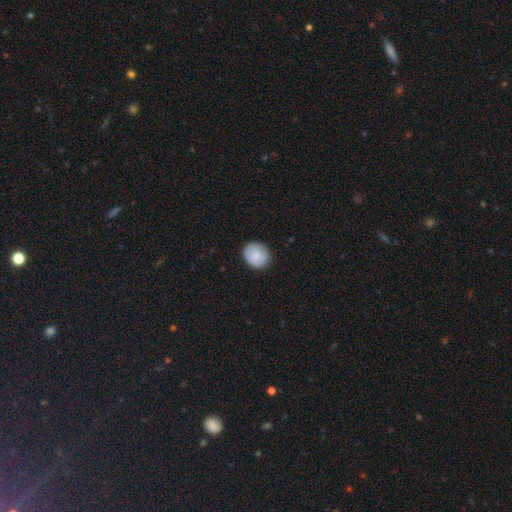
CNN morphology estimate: Smooth or featured: smooth — 85% (featured or disk — 8%)
How rounded: round — 73% (in between — 26%)
Merging: none — 87% (minor disturbance — 10%)